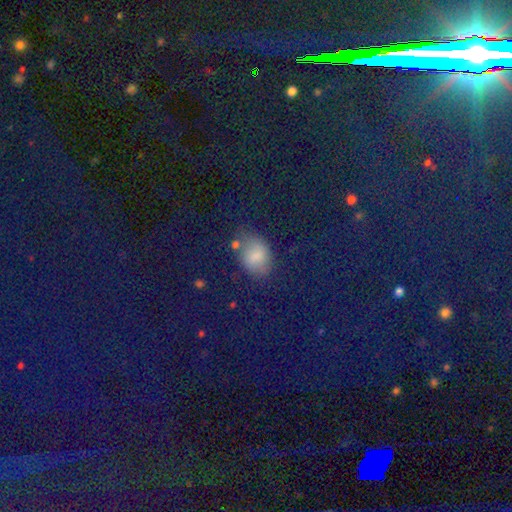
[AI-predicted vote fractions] Smooth or featured?
  - smooth: 64% *
  - star or artifact: 24%
  - featured or disk: 12%
How rounded?
  - in between: 72% *
  - round: 25%
  - cigar-shaped: 3%
Merging?
  - none: 65% *
  - minor disturbance: 21%
  - major disturbance: 9%
  - merger: 6%